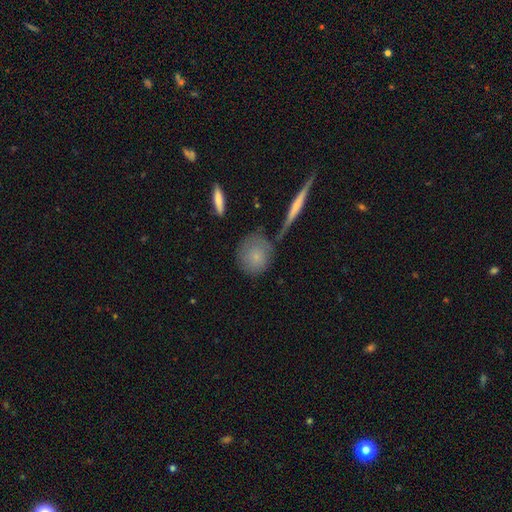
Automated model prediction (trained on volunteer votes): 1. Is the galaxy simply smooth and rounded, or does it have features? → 72% smooth, 19% featured or disk, 9% star or artifact.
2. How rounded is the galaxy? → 76% round, 20% in between, 4% cigar-shaped.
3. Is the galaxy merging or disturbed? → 66% none, 18% minor disturbance, 9% merger, 7% major disturbance.